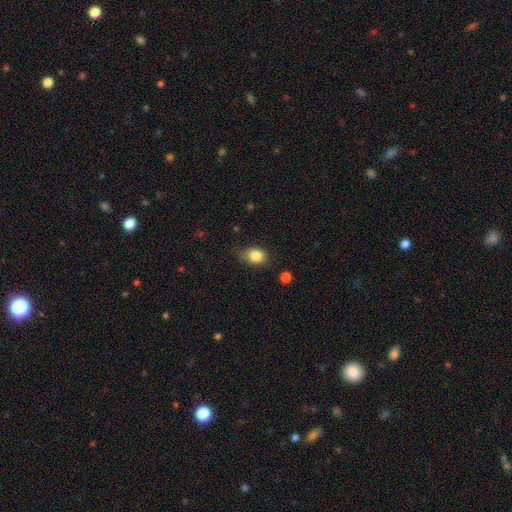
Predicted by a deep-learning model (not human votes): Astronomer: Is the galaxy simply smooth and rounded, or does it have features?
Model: smooth — 83%.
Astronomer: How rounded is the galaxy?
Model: in between — 58% (runner-up: round, 41%).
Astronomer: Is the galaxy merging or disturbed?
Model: none — 64%.